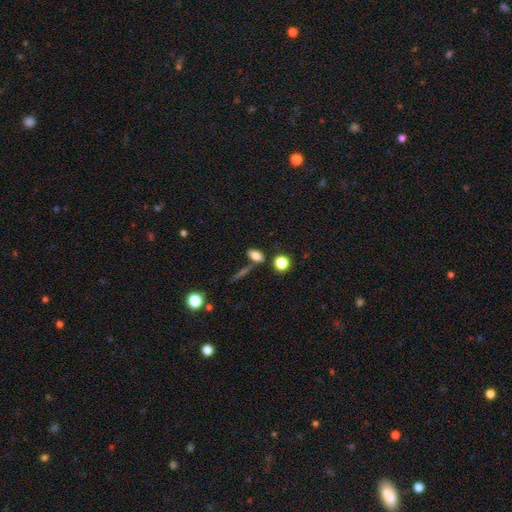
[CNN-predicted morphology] smooth_or_featured: smooth (p=0.78) [alt: star or artifact p=0.11]
how_rounded: in between (p=0.79) [alt: round p=0.13]
merging: none (p=0.67) [alt: merger p=0.15]